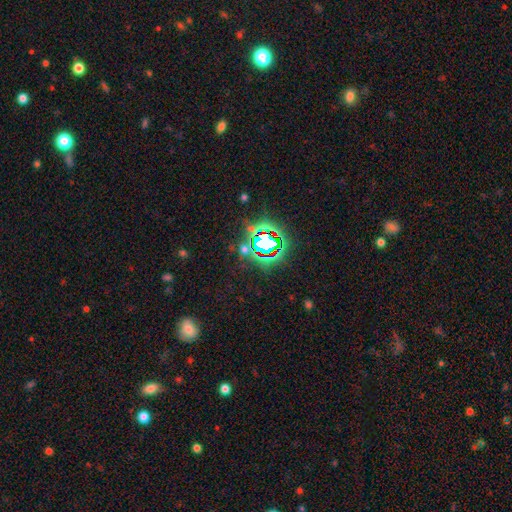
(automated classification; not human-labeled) star or artifact 81%, smooth 12%, featured or disk 7%.